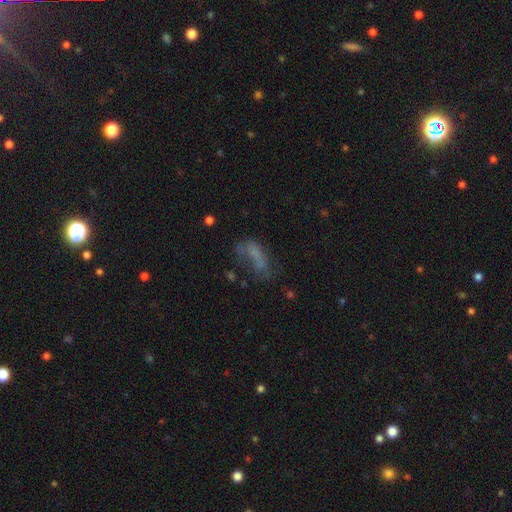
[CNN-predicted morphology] type=smooth (54%); roundness=in between (68%); merging=major disturbance (36%).